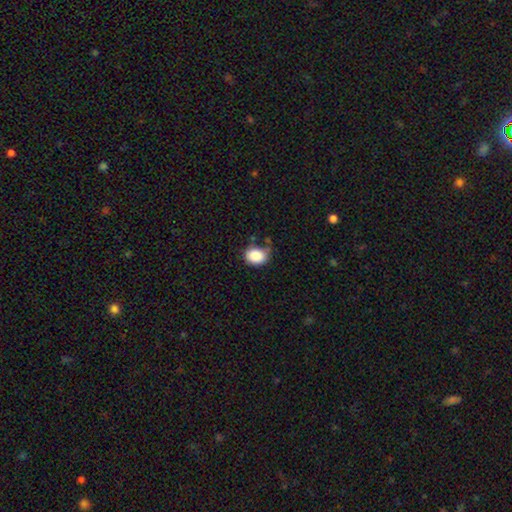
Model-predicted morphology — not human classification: Smooth or featured? smooth (87%)
How rounded? in between (53%)
Merging? none (59%)